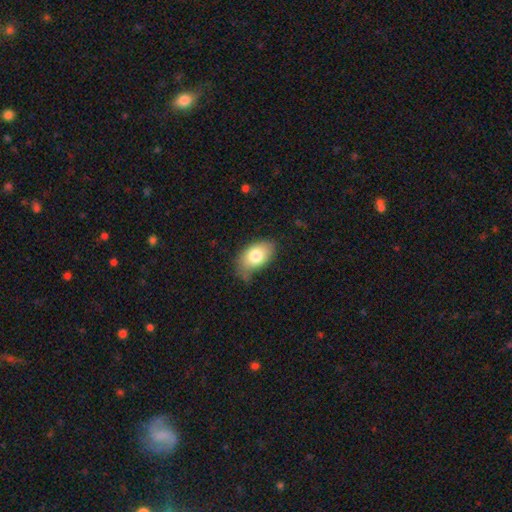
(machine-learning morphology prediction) Smooth or featured?
  - smooth: 78% *
  - featured or disk: 15%
  - star or artifact: 7%
How rounded?
  - in between: 91% *
  - round: 8%
  - cigar-shaped: 1%
Merging?
  - none: 59% *
  - minor disturbance: 31%
  - major disturbance: 8%
  - merger: 3%